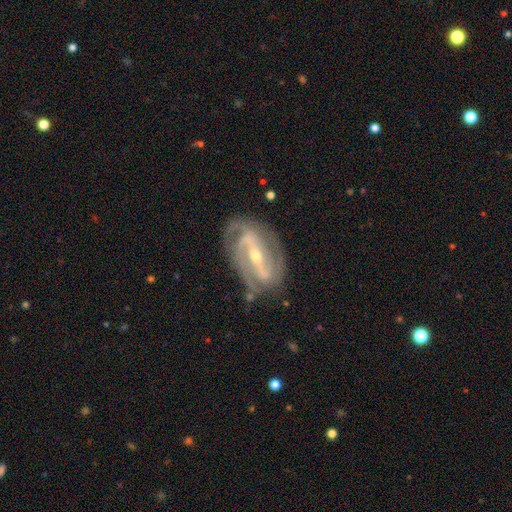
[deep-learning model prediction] Smooth or featured?
  - featured or disk: 91% *
  - smooth: 5%
  - star or artifact: 5%
Edge-on disk?
  - no: 95% *
  - yes: 5%
Bar?
  - strong: 66% *
  - weak: 25%
  - no: 10%
Spiral arms?
  - yes: 97% *
  - no: 3%
Spiral winding?
  - tight: 45% *
  - medium: 44%
  - loose: 11%
Spiral arm count?
  - 2: 60% *
  - 3: 23%
  - can't tell: 8%
  - 4: 4%
  - 1: 3%
  - more than 4: 2%
Bulge size?
  - small: 54% *
  - moderate: 43%
  - large: 1%
  - none: 1%
  - dominant: 1%
Merging?
  - none: 73% *
  - minor disturbance: 18%
  - major disturbance: 7%
  - merger: 2%